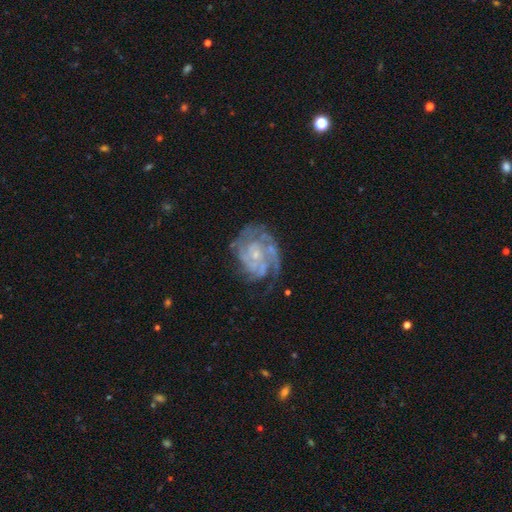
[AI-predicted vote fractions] Smooth or featured: featured or disk — 86% (smooth — 8%)
Edge-on disk: no — 98% (yes — 2%)
Bar: no — 73% (weak — 23%)
Spiral arms: yes — 94% (no — 6%)
Spiral winding: tight — 60% (medium — 32%)
Spiral arm count: can't tell — 30% (3 — 25%)
Bulge size: small — 72% (moderate — 20%)
Merging: none — 58% (minor disturbance — 21%)